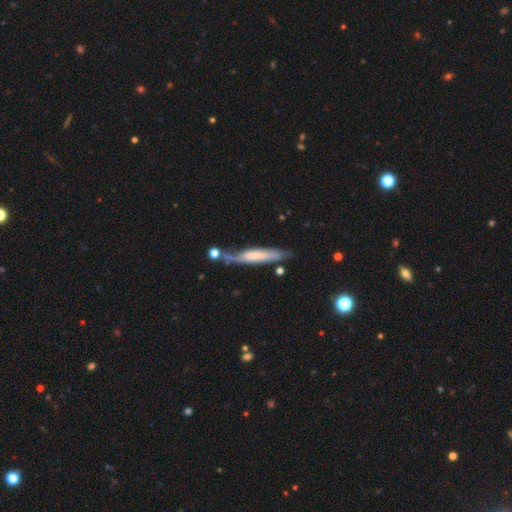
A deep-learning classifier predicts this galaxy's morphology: Smooth or featured? smooth (51%)
How rounded? cigar-shaped (88%)
Merging? none (57%)